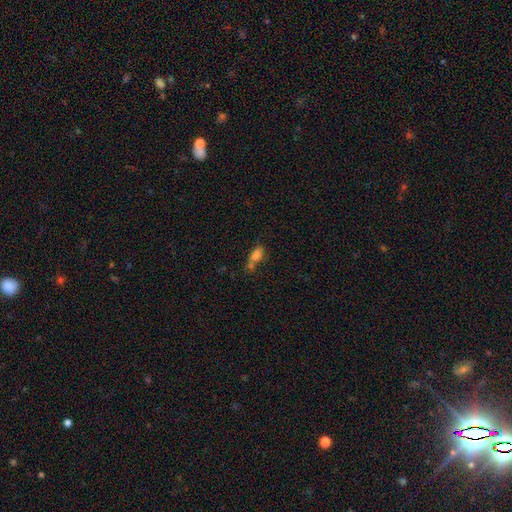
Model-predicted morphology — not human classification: Smooth or featured?
  - smooth: 71% *
  - star or artifact: 17%
  - featured or disk: 12%
How rounded?
  - in between: 77% *
  - cigar-shaped: 14%
  - round: 9%
Merging?
  - merger: 40% *
  - none: 38%
  - minor disturbance: 14%
  - major disturbance: 8%